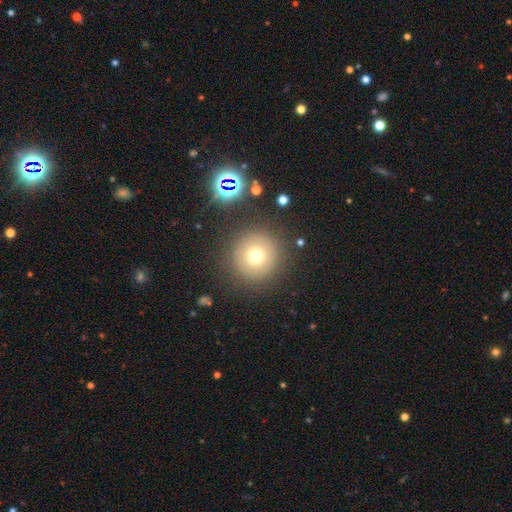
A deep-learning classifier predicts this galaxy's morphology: Q: Smooth or featured?
A: smooth (70%); runner-up: star or artifact (17%)
Q: How rounded?
A: round (95%); runner-up: in between (4%)
Q: Merging?
A: none (87%); runner-up: minor disturbance (7%)